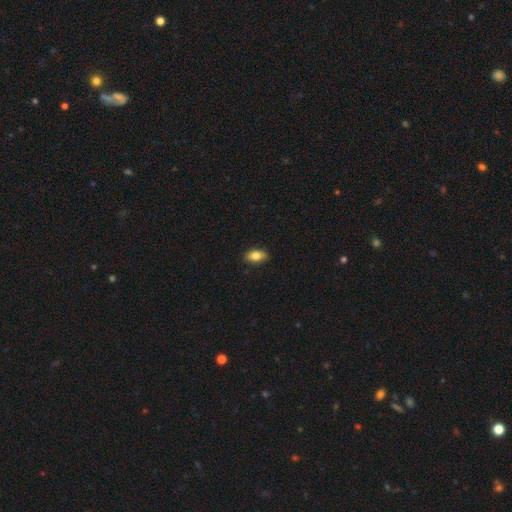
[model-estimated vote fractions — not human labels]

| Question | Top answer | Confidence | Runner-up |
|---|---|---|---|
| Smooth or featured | smooth | 82% | featured or disk (11%) |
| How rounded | in between | 89% | round (6%) |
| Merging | none | 87% | minor disturbance (10%) |